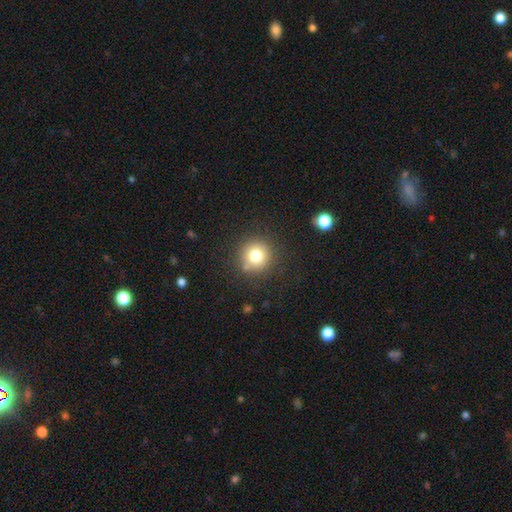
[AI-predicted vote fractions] Overall: smooth (77%). How rounded: round (93%). Merging: none (84%).